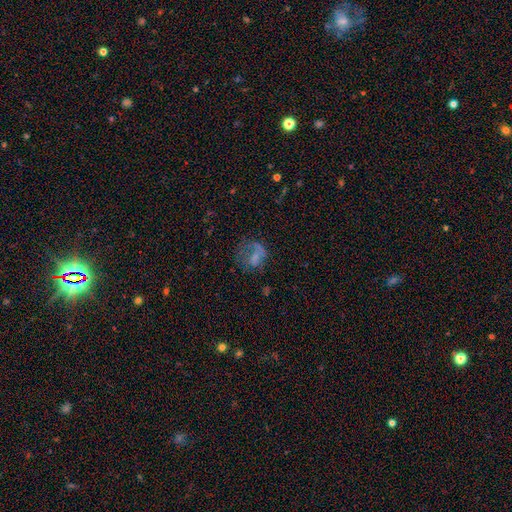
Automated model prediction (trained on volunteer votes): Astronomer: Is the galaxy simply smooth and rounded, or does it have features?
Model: smooth — 47% (runner-up: featured or disk, 37%).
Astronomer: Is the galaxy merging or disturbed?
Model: major disturbance — 43% (runner-up: none, 33%).